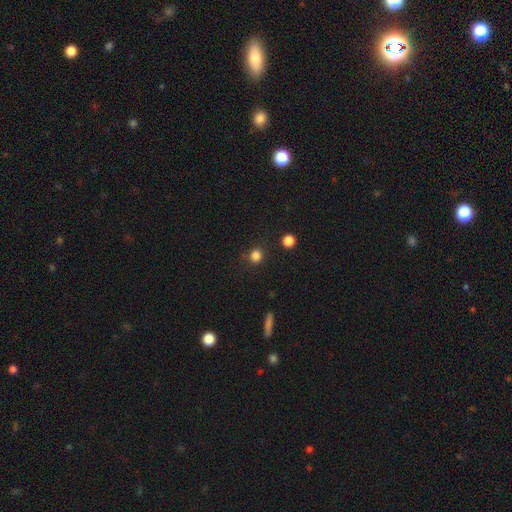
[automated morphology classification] Smooth or featured: smooth — 82% (star or artifact — 14%)
How rounded: round — 90% (in between — 9%)
Merging: none — 84% (minor disturbance — 9%)